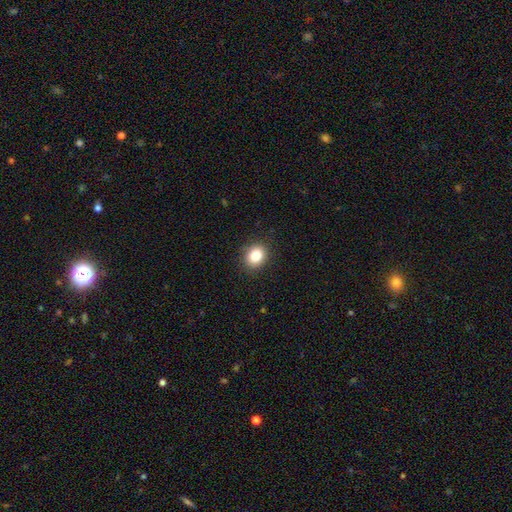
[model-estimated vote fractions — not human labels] Smooth or featured?
  - smooth: 85% *
  - star or artifact: 10%
  - featured or disk: 5%
How rounded?
  - round: 53% *
  - in between: 46%
  - cigar-shaped: 1%
Merging?
  - none: 88% *
  - minor disturbance: 8%
  - major disturbance: 2%
  - merger: 1%